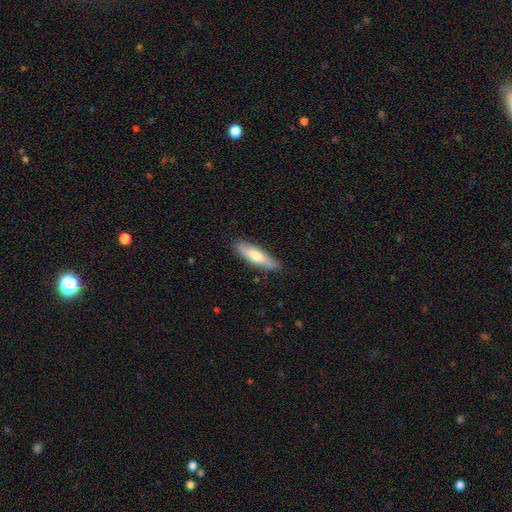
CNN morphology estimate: This appears to be a smooth galaxy with no disk features (62%) that is cigar-shaped (70%). Merging: none (85%).